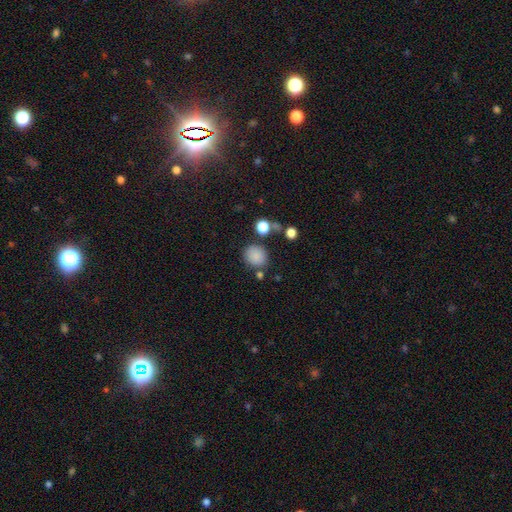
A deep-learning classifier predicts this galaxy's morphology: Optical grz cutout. It shows a smooth galaxy with no disk features (84%) that is round (79%). Merging: none (75%).